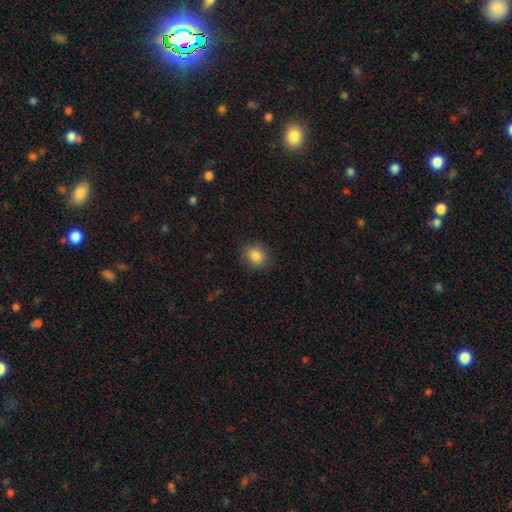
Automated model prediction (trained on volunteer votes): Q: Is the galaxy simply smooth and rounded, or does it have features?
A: smooth — 86%.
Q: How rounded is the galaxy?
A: round — 60%.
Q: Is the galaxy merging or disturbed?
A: none — 86%.